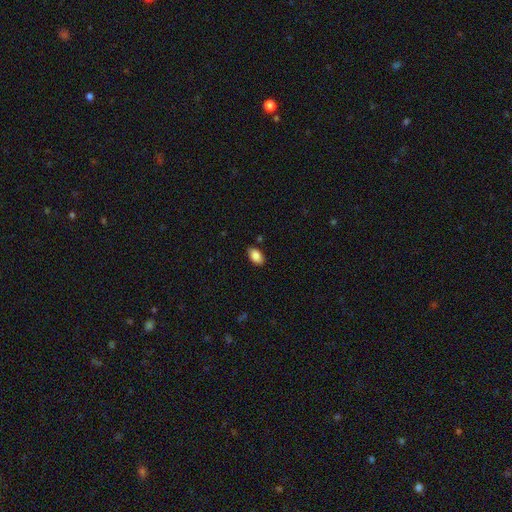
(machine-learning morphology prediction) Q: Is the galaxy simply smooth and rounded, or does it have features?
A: smooth — 86%.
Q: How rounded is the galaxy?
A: in between — 92%.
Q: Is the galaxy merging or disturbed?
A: none — 87%.